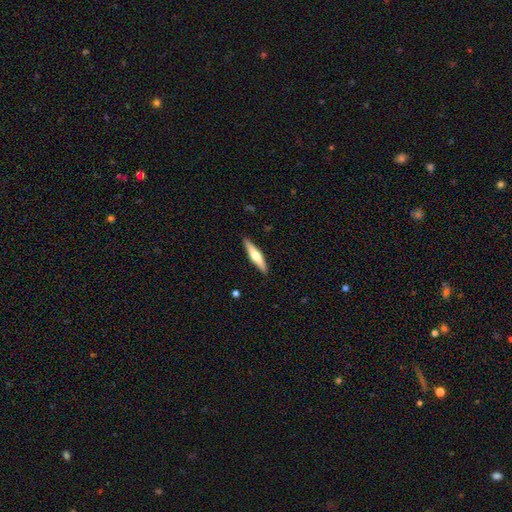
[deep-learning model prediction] Smooth or featured? Predicted: featured or disk (p=0.51). Edge-on disk? Predicted: yes (p=0.95). Merging? Predicted: none (p=0.90).